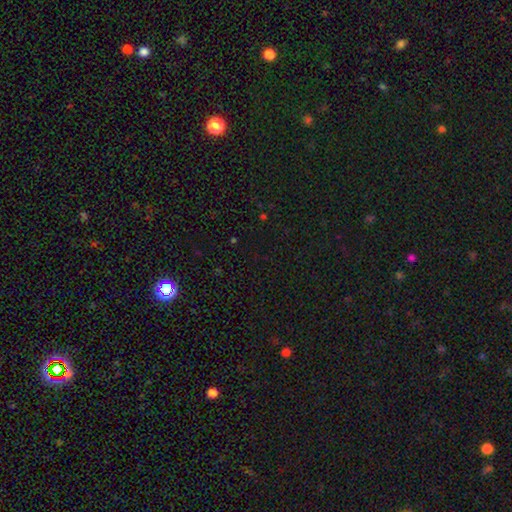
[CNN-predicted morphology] The model was most divided on "smooth or featured": star or artifact: 67%, smooth: 27%, featured or disk: 6%.